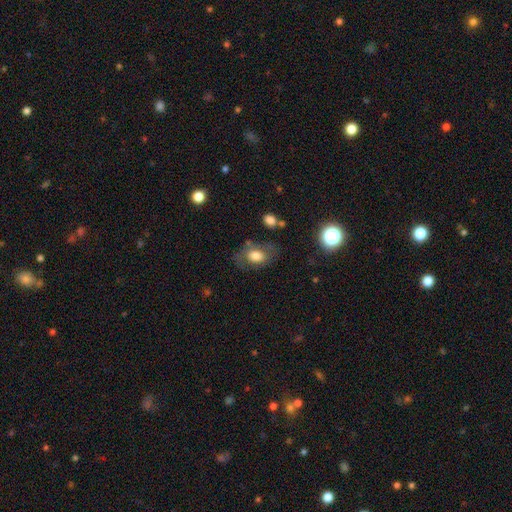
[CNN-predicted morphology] type=smooth (67%); roundness=in between (83%); merging=none (60%).